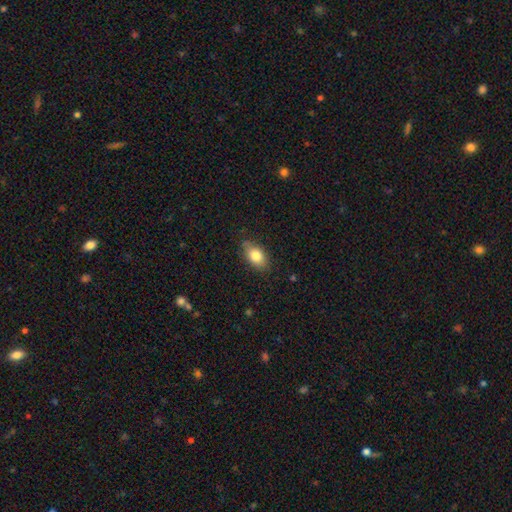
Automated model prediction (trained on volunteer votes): A smooth galaxy with no disk features (81%) that is in between round and cigar-shaped (87%).

Vote fractions:
- Smooth or featured? smooth: 81% / featured or disk: 11% / star or artifact: 8%
- How rounded? in between: 87% / round: 10% / cigar-shaped: 3%
- Merging? none: 78% / minor disturbance: 17% / major disturbance: 3% / merger: 1%